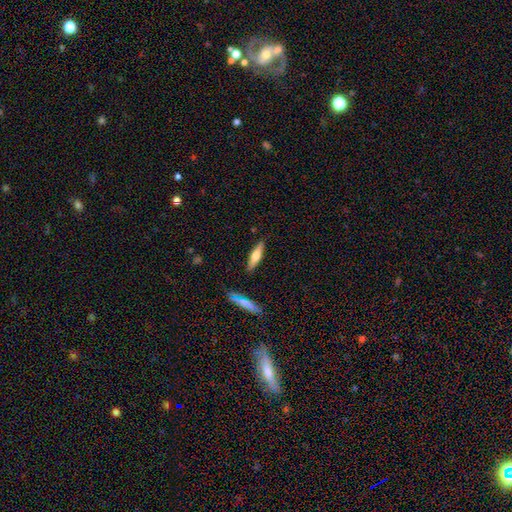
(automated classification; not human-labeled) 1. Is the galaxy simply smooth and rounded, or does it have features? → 54% smooth, 40% featured or disk, 6% star or artifact.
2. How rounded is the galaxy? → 71% cigar-shaped, 27% in between, 2% round.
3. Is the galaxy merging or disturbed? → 85% none, 10% minor disturbance, 3% merger, 2% major disturbance.